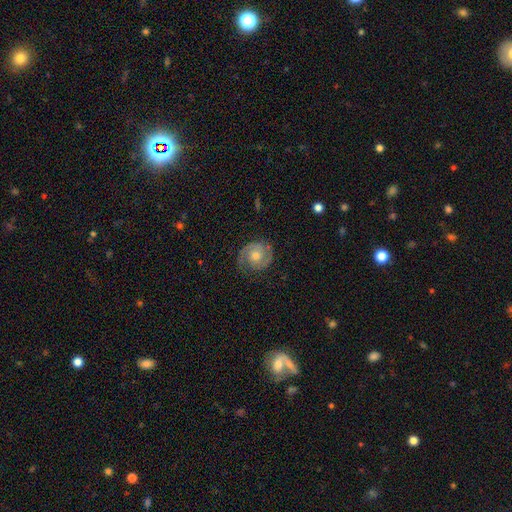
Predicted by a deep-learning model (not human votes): A featured or disk galaxy (84%) with no bar (73%), 2 (89%) tight (57%) spiral arms (97%) and a moderate central bulge (67%).

Vote fractions:
- Smooth or featured? featured or disk: 84% / smooth: 9% / star or artifact: 6%
- Edge-on disk? no: 98% / yes: 2%
- Bar? no: 73% / weak: 23% / strong: 5%
- Spiral arms? yes: 97% / no: 3%
- Spiral winding? tight: 57% / medium: 36% / loose: 8%
- Spiral arm count? 2: 89% / can't tell: 4% / 1: 2% / 3: 2% / 4: 1% / more than 4: 1%
- Bulge size? moderate: 67% / small: 27% / large: 4% / none: 1% / dominant: 1%
- Merging? none: 81% / minor disturbance: 14% / major disturbance: 4% / merger: 1%